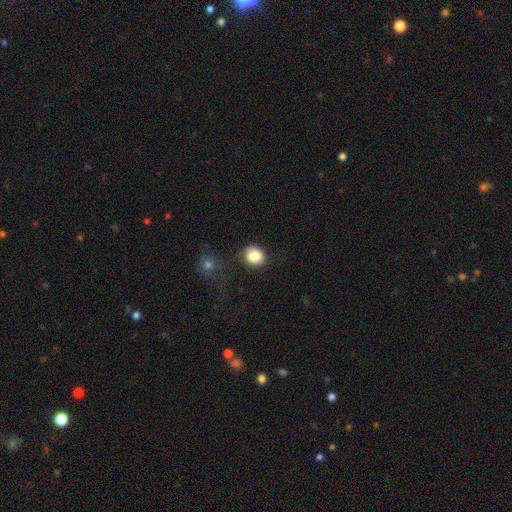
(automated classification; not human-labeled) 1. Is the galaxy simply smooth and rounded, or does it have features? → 86% smooth, 9% star or artifact, 5% featured or disk.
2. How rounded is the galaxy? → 70% round, 29% in between, 1% cigar-shaped.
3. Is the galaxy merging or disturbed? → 79% none, 13% minor disturbance, 5% major disturbance, 3% merger.